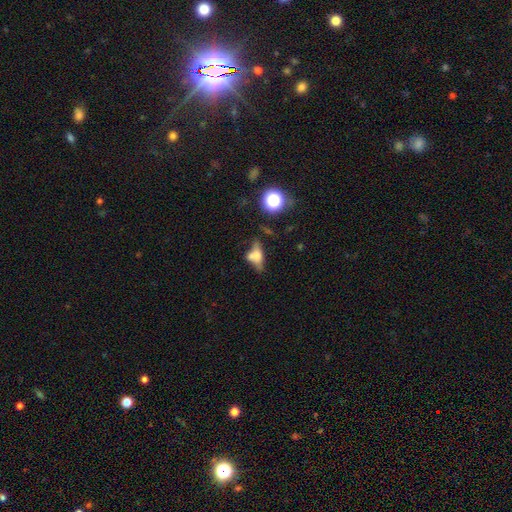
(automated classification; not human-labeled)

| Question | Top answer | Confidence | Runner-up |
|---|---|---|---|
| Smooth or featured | smooth | 46% | featured or disk (40%) |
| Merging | none | 36% | merger (28%) |